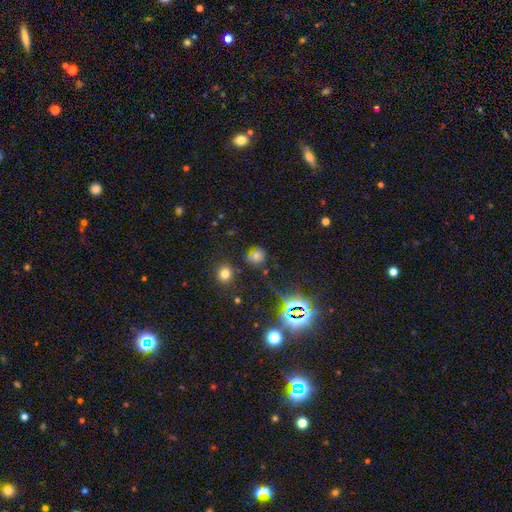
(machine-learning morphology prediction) smooth-or-featured: smooth: 57% | star or artifact: 33% | featured or disk: 10%
  how-rounded: round: 83% | in between: 16% | cigar-shaped: 1%
  merging: none: 73% | minor disturbance: 15% | major disturbance: 6% | merger: 5%